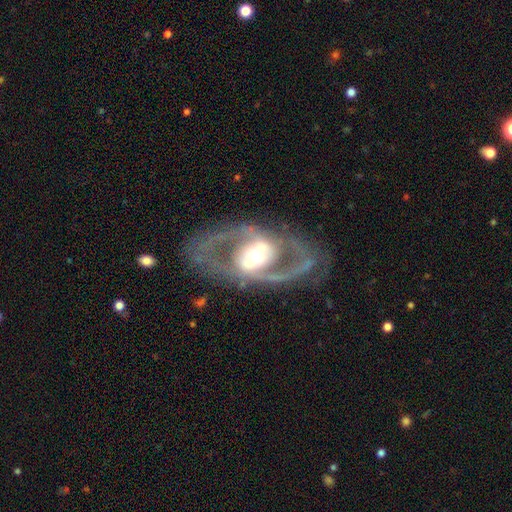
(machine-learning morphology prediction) This appears to be a featured or disk galaxy (84%) with a strong bar (47%), 2 (87%) medium (50%) spiral arms (73%) and a moderate central bulge (59%). Merging: none (71%).